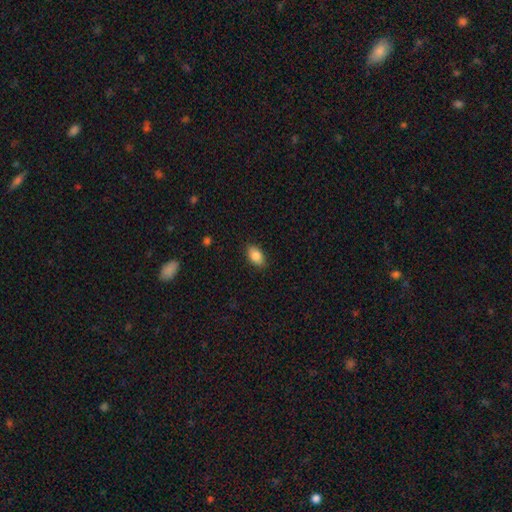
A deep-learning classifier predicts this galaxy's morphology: Smooth or featured: smooth — 85% (featured or disk — 7%)
How rounded: in between — 91% (round — 6%)
Merging: none — 87% (minor disturbance — 9%)